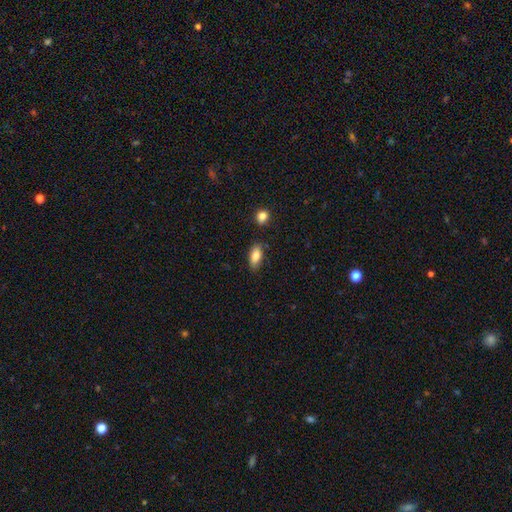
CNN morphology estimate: Smooth or featured? Predicted: smooth (p=0.85). How rounded? Predicted: in between (p=0.87). Merging? Predicted: none (p=0.78).